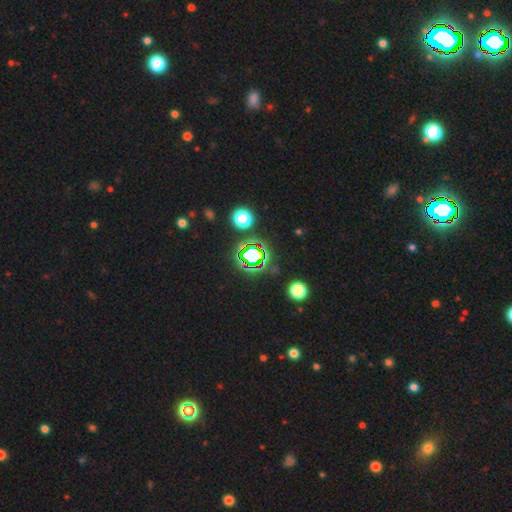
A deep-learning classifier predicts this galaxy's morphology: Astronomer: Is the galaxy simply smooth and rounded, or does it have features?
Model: star or artifact — 72%.